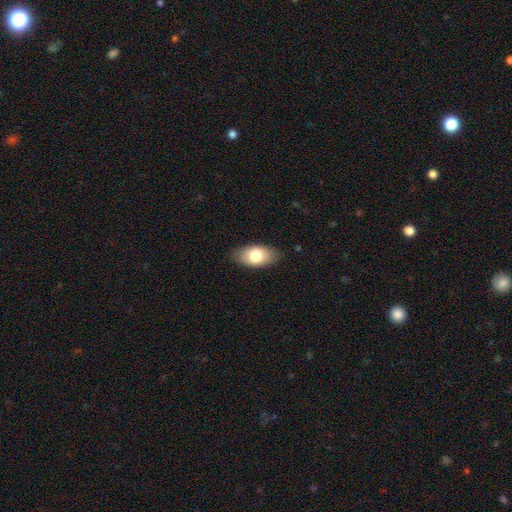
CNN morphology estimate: A smooth galaxy with no disk features (78%) that is in between round and cigar-shaped (92%).

Vote fractions:
- Smooth or featured? smooth: 78% / featured or disk: 16% / star or artifact: 6%
- How rounded? in between: 92% / round: 5% / cigar-shaped: 3%
- Merging? none: 84% / minor disturbance: 12% / major disturbance: 3% / merger: 1%